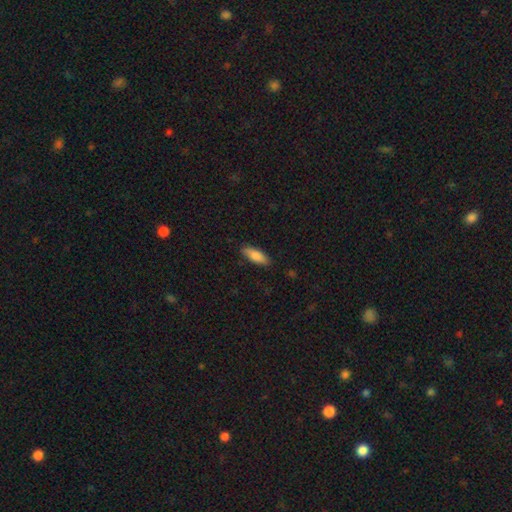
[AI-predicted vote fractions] Smooth or featured: smooth — 83% (featured or disk — 11%)
How rounded: in between — 65% (cigar-shaped — 33%)
Merging: none — 85% (minor disturbance — 11%)